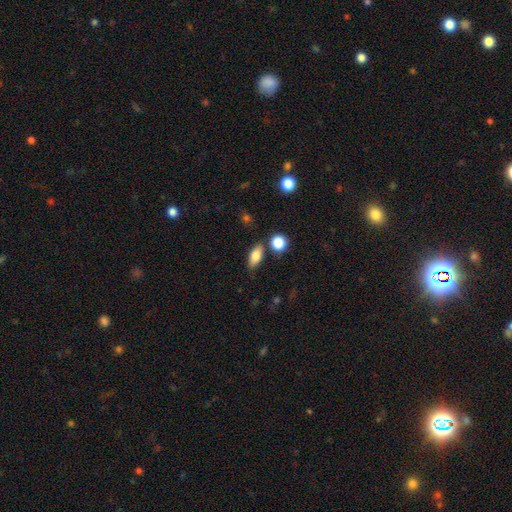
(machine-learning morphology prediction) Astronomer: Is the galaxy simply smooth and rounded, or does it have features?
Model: smooth — 78%.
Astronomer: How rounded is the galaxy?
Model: in between — 80%.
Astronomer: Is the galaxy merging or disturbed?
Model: none — 78%.